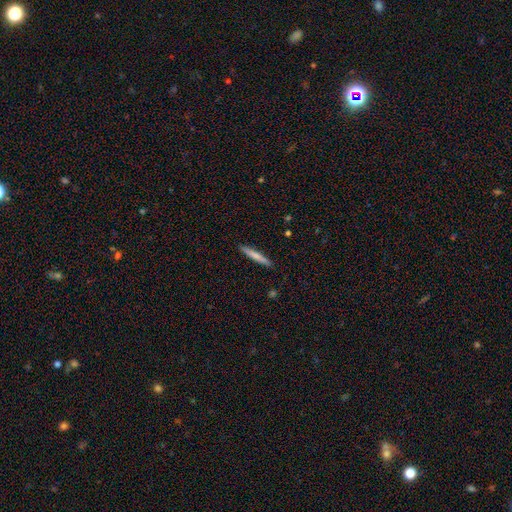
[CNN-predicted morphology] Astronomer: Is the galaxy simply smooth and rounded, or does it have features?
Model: smooth — 69%.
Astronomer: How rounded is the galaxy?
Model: cigar-shaped — 95%.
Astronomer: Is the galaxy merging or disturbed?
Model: none — 91%.